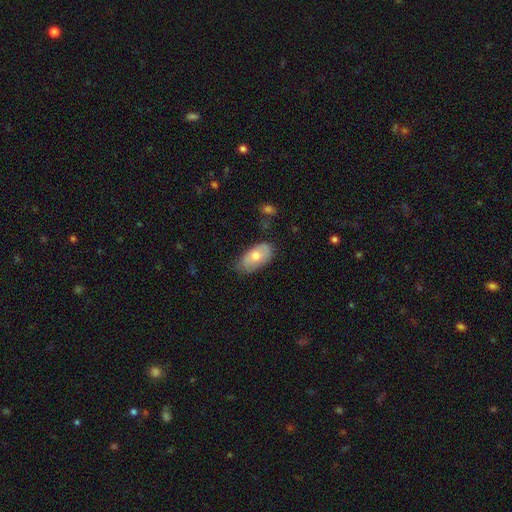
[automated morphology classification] This appears to be a smooth galaxy with no disk features (65%) that is in between round and cigar-shaped (93%). Merging: none (70%).